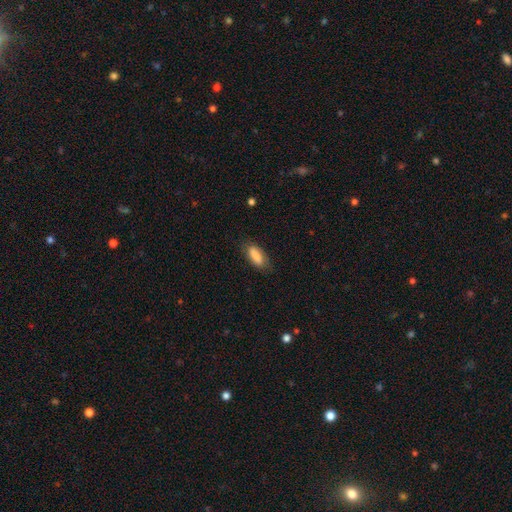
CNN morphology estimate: Smooth or featured: smooth — 84% (featured or disk — 9%)
How rounded: in between — 80% (cigar-shaped — 17%)
Merging: none — 78% (minor disturbance — 17%)